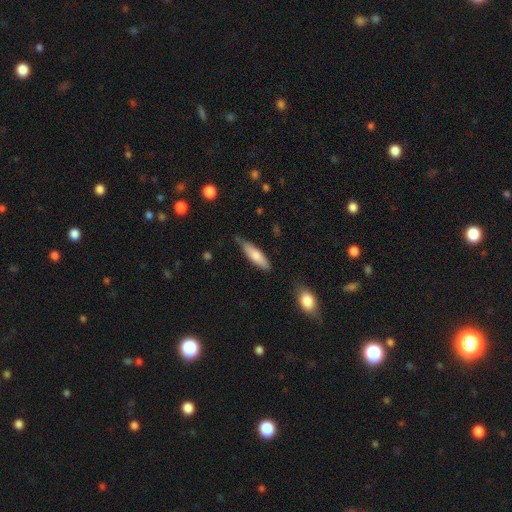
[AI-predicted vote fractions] smooth-or-featured: smooth: 72% | featured or disk: 22% | star or artifact: 6%
  how-rounded: cigar-shaped: 61% | in between: 37% | round: 2%
  merging: none: 73% | minor disturbance: 21% | major disturbance: 3% | merger: 3%